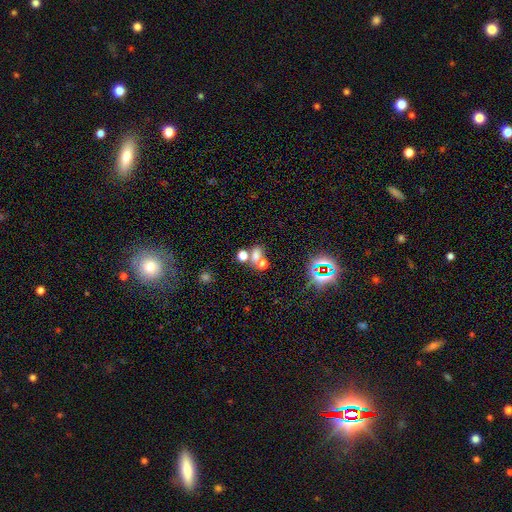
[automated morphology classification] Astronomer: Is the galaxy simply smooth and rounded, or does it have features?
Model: smooth — 58%.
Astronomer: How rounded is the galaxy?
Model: in between — 54% (runner-up: round, 43%).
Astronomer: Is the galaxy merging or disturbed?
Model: merger — 43%, tied with none at 43%.